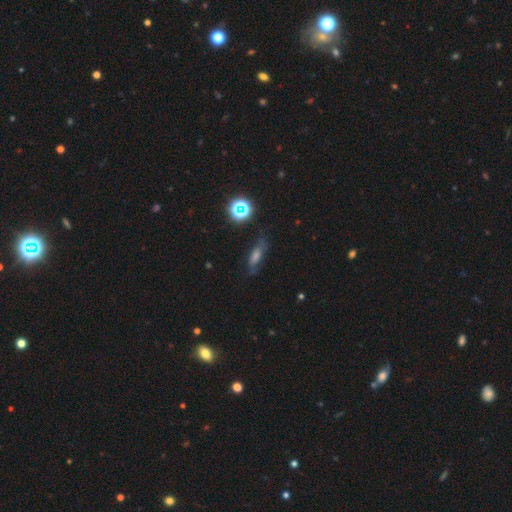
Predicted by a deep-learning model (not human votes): Smooth or featured? Predicted: smooth (p=0.39). Merging? Predicted: none (p=0.68).